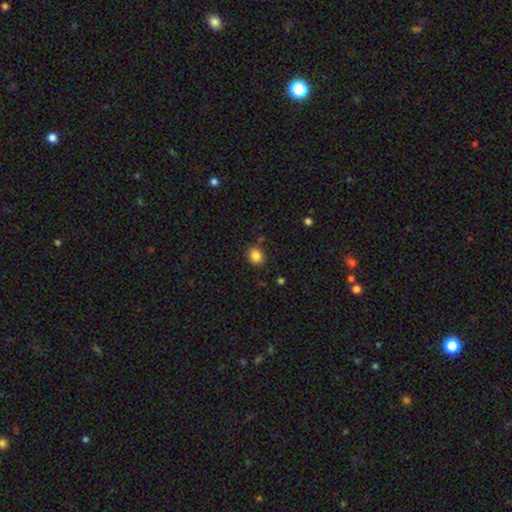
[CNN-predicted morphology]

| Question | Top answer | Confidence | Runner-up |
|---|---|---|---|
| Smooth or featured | smooth | 85% | star or artifact (10%) |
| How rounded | round | 63% | in between (36%) |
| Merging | none | 85% | minor disturbance (10%) |